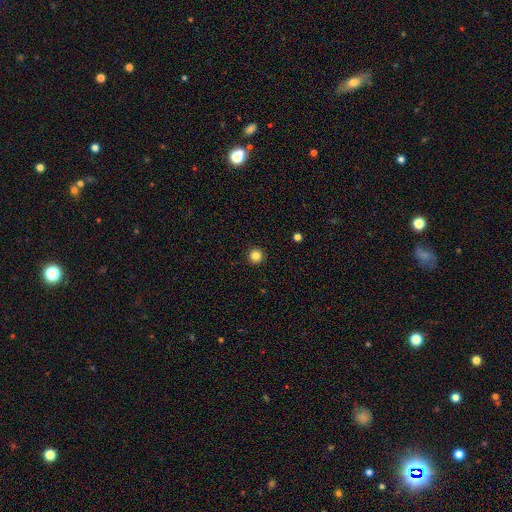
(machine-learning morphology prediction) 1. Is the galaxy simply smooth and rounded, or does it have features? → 84% smooth, 12% star or artifact, 4% featured or disk.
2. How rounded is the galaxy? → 96% round, 3% in between, 1% cigar-shaped.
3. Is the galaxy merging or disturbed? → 94% none, 4% minor disturbance, 1% major disturbance, 1% merger.